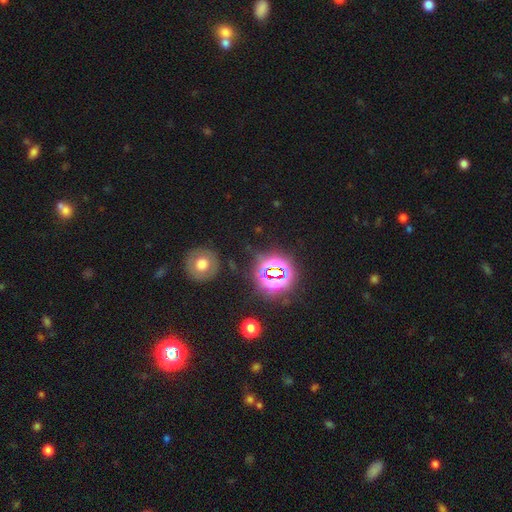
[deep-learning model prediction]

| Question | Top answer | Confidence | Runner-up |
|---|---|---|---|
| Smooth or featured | star or artifact | 70% | smooth (22%) |